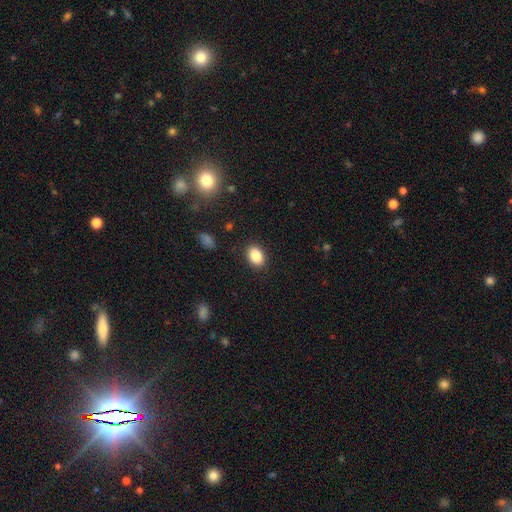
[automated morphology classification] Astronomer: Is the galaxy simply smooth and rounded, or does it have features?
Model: smooth — 86%.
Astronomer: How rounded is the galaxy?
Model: in between — 76%.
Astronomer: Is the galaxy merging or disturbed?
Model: none — 88%.